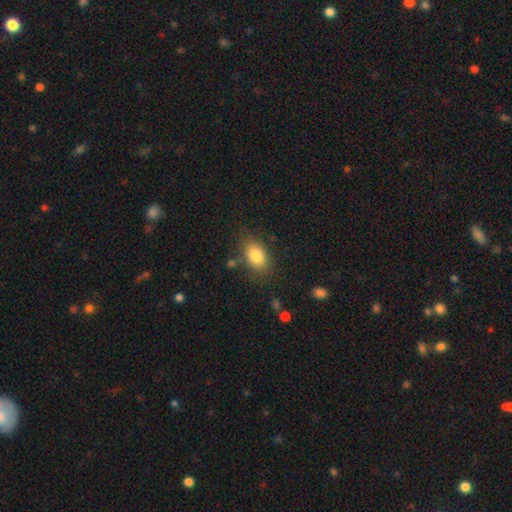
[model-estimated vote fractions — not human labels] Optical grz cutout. It shows a smooth galaxy with no disk features (83%) that is in between round and cigar-shaped (85%). Merging: none (78%).